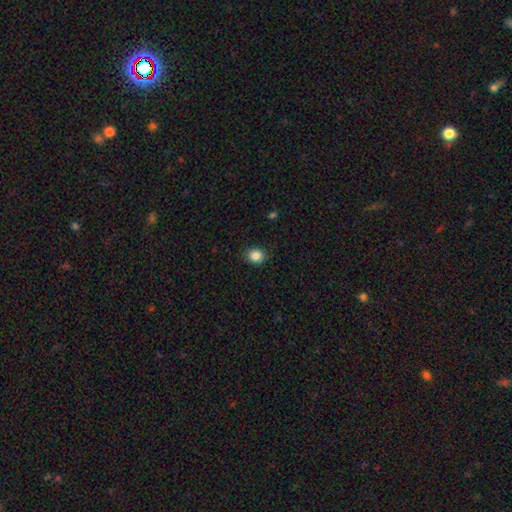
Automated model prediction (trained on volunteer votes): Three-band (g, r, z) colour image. It shows a smooth galaxy with no disk features (86%) that is round (76%). Merging: none (87%).